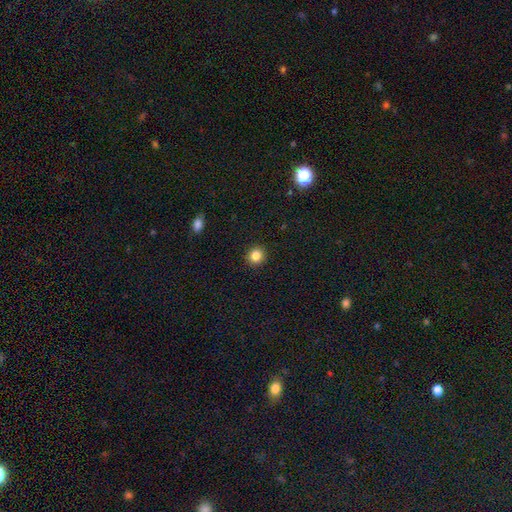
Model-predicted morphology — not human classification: smooth 85%, star or artifact 11%, featured or disk 4%. Down the decision tree: how rounded — round (90%); merging — none (92%).